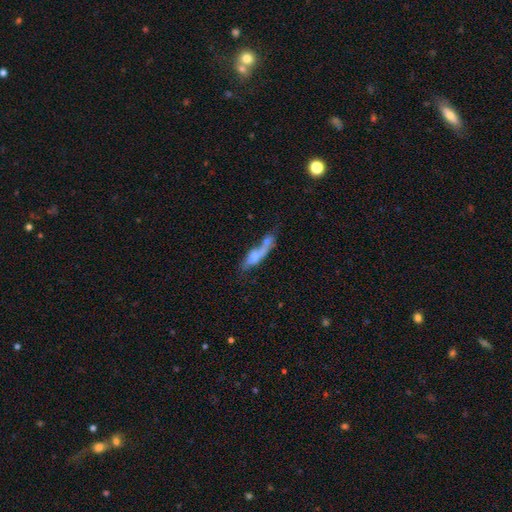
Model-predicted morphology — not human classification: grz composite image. It shows a smooth galaxy with no disk features (52%) that is cigar-shaped (52%). Merging: merger (52%).